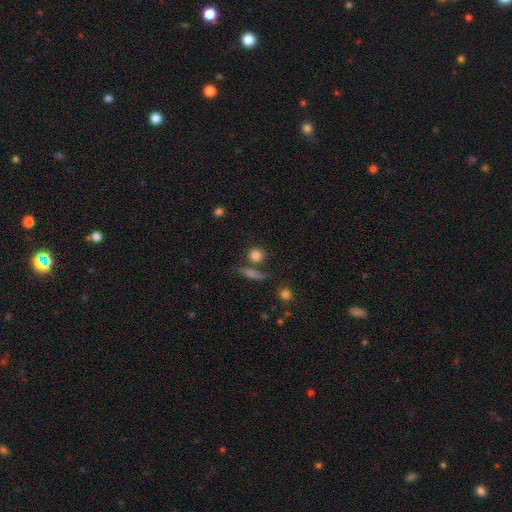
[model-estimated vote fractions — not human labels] Q: Smooth or featured?
A: smooth (82%); runner-up: star or artifact (11%)
Q: How rounded?
A: round (84%); runner-up: in between (13%)
Q: Merging?
A: none (67%); runner-up: merger (19%)